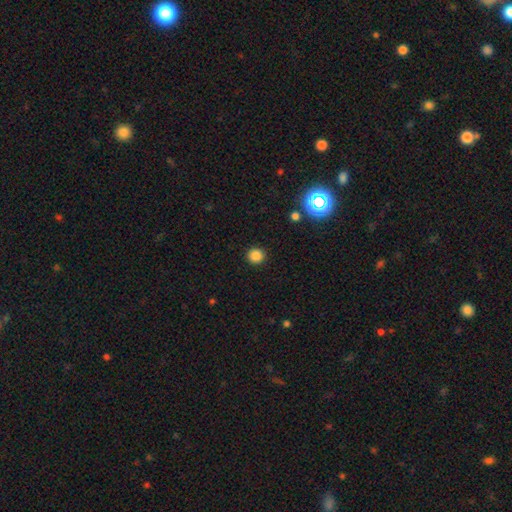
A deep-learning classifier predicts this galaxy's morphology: Smooth or featured? Predicted: smooth (p=0.84). How rounded? Predicted: round (p=0.93). Merging? Predicted: none (p=0.92).